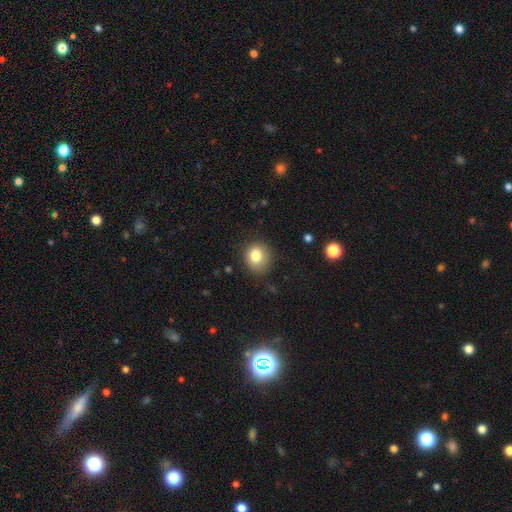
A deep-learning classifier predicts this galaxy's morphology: This appears to be a smooth galaxy with no disk features (82%) that is round (70%). Merging: none (75%).